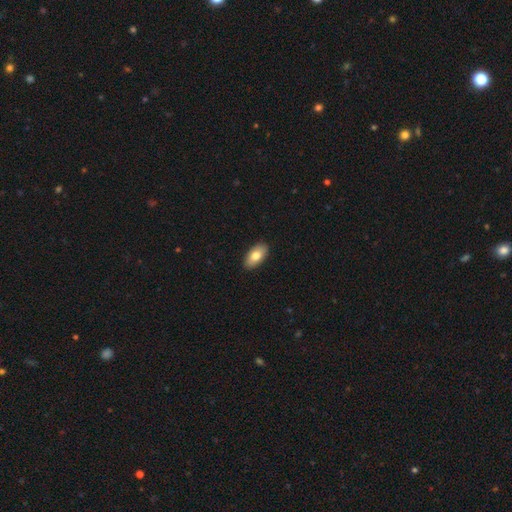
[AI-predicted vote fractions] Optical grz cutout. It shows a smooth galaxy with no disk features (80%) that is in between round and cigar-shaped (94%). Merging: none (90%).